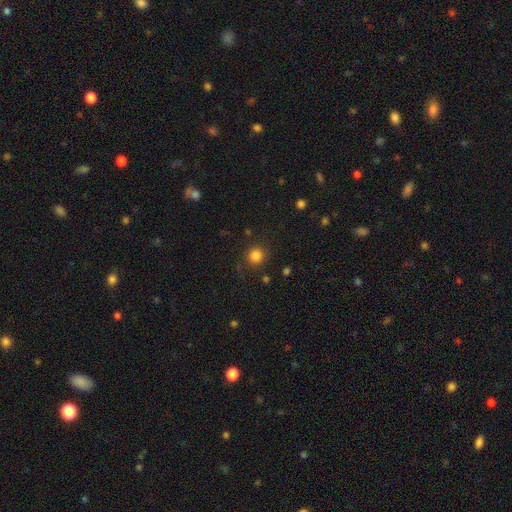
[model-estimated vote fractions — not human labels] smooth_or_featured: smooth (p=0.82) [alt: star or artifact p=0.13]
how_rounded: round (p=0.90) [alt: in between p=0.09]
merging: none (p=0.84) [alt: minor disturbance p=0.10]